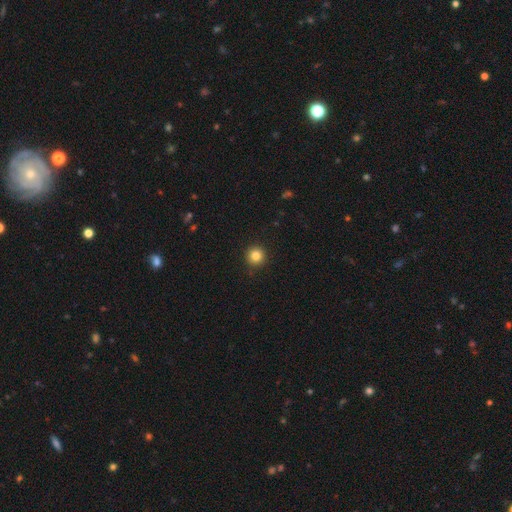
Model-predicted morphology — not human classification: type=smooth (84%); roundness=round (95%); merging=none (92%).